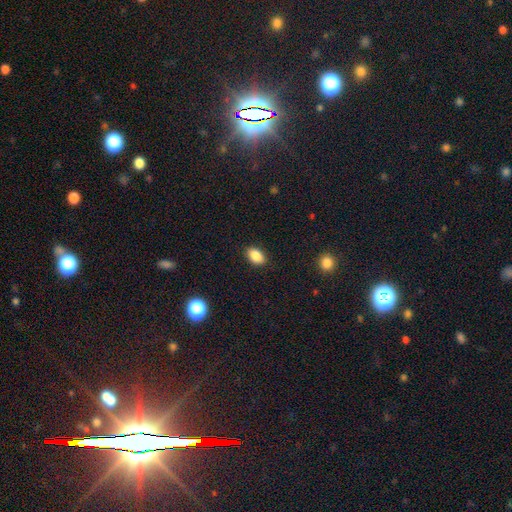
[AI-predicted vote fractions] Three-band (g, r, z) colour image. It shows a smooth galaxy with no disk features (87%) that is in between round and cigar-shaped (88%). Merging: none (89%).